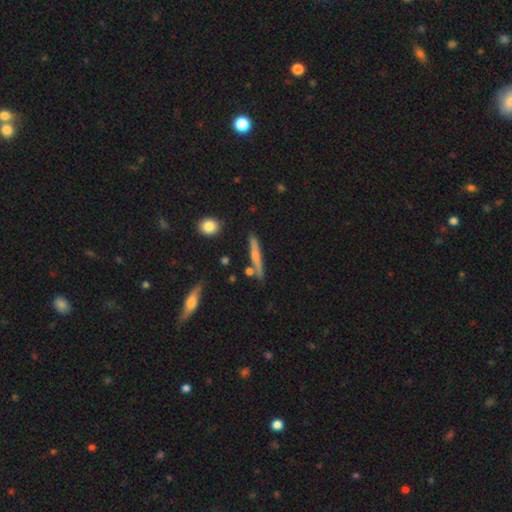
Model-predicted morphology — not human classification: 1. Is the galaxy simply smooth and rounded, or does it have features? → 54% smooth, 39% featured or disk, 7% star or artifact.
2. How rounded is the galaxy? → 93% cigar-shaped, 5% in between, 2% round.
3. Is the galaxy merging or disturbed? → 82% none, 11% minor disturbance, 5% merger, 2% major disturbance.